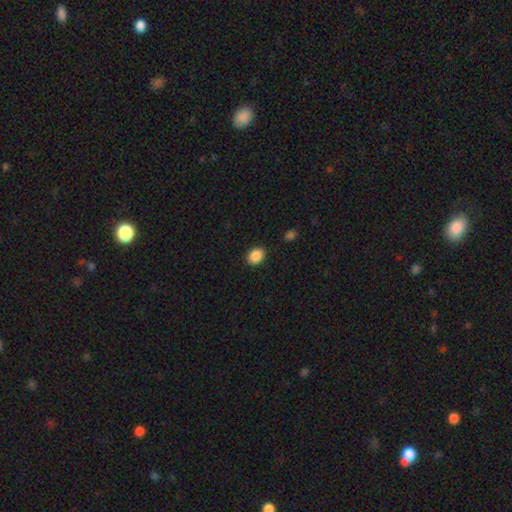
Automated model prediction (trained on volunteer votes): The model was most divided on "how rounded": in between: 58%, round: 42%, cigar-shaped: 1%. More confident: smooth or featured — smooth (89%); merging — none (88%).